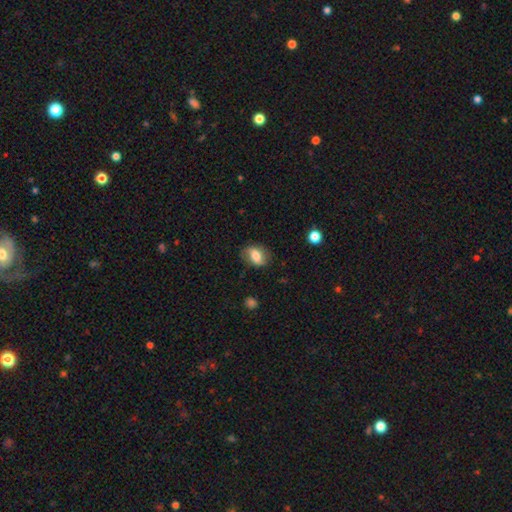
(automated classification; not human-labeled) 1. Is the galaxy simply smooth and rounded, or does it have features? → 67% smooth, 24% featured or disk, 8% star or artifact.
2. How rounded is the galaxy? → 72% in between, 25% round, 2% cigar-shaped.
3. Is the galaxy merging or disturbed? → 75% none, 18% minor disturbance, 5% major disturbance, 1% merger.